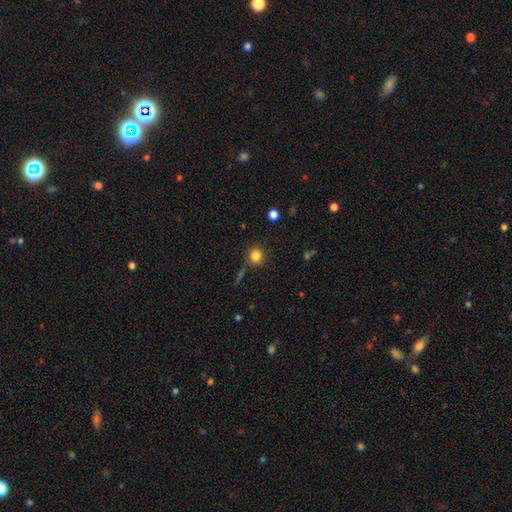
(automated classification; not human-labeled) Smooth or featured?
  - smooth: 82% *
  - star or artifact: 12%
  - featured or disk: 6%
How rounded?
  - round: 89% *
  - in between: 9%
  - cigar-shaped: 1%
Merging?
  - none: 83% *
  - minor disturbance: 9%
  - merger: 5%
  - major disturbance: 3%